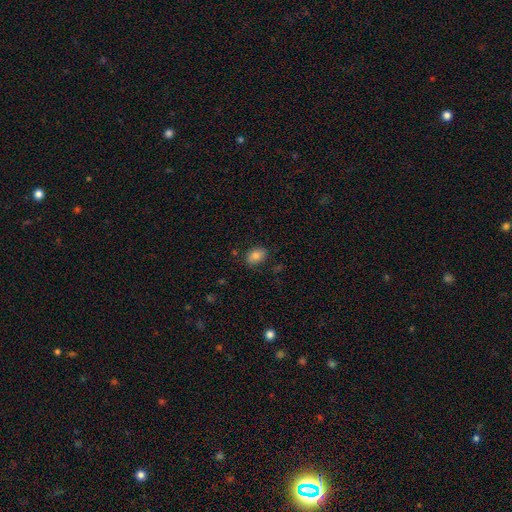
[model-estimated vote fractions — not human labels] Smooth or featured? Predicted: smooth (p=0.82). How rounded? Predicted: in between (p=0.79). Merging? Predicted: none (p=0.82).